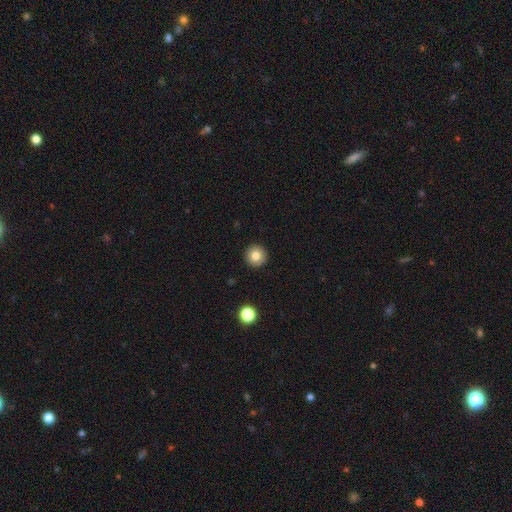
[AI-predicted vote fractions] smooth-or-featured: smooth: 81% | star or artifact: 10% | featured or disk: 9%
  how-rounded: round: 96% | in between: 3% | cigar-shaped: 1%
  merging: none: 93% | minor disturbance: 4% | major disturbance: 1% | merger: 1%